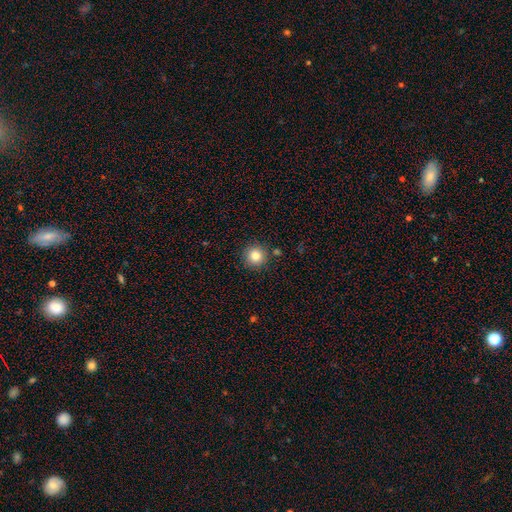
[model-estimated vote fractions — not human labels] A smooth galaxy with no disk features (82%) that is round (95%). Merging: none (88%).